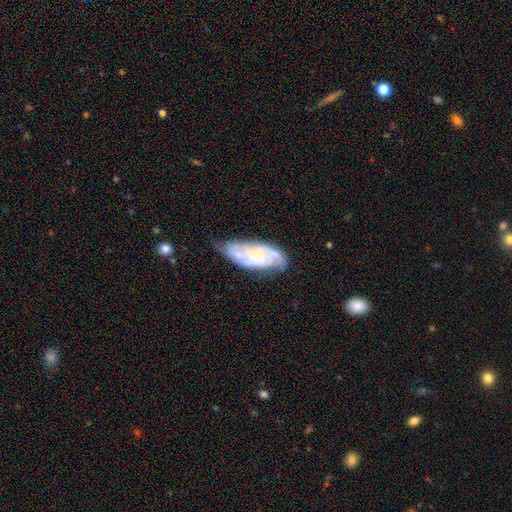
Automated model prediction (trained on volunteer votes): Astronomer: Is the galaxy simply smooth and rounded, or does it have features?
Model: featured or disk — 74%.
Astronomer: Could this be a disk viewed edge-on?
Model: no — 93%.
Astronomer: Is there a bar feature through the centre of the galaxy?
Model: no — 68%.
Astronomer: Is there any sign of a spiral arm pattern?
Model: yes — 87%.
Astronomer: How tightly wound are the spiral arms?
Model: tight — 45% (runner-up: medium, 41%).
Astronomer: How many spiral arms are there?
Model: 2 — 34% (runner-up: can't tell, 32%).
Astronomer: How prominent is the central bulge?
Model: small — 61%.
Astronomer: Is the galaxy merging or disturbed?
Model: none — 55%.